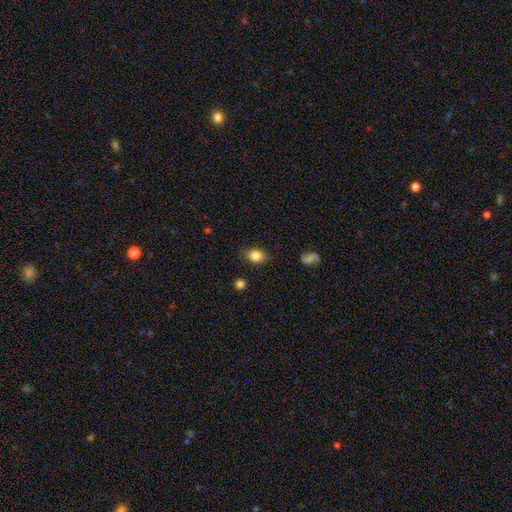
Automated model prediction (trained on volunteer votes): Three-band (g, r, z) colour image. It shows a smooth galaxy with no disk features (82%) that is in between round and cigar-shaped (60%). Merging: none (80%).